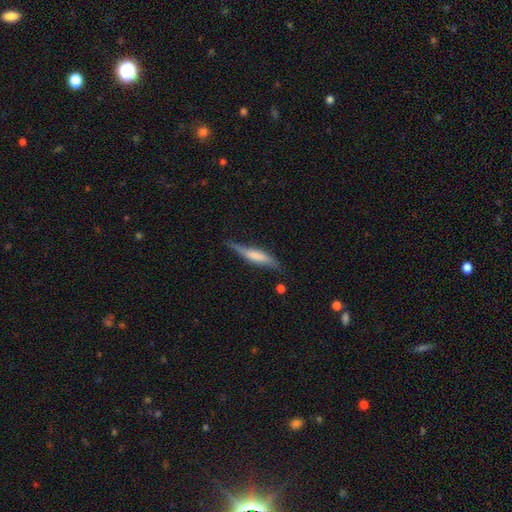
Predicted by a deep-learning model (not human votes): This appears to be a smooth galaxy with no disk features (53%) that is cigar-shaped (82%). Merging: none (63%).